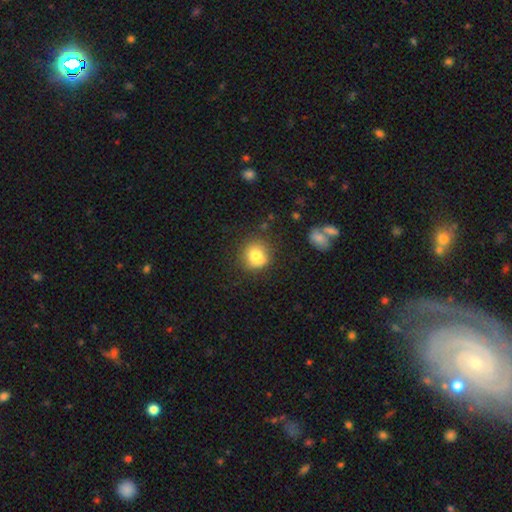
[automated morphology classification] smooth-or-featured: smooth: 79% | featured or disk: 11% | star or artifact: 11%
  how-rounded: round: 83% | in between: 16% | cigar-shaped: 1%
  merging: none: 77% | minor disturbance: 16% | major disturbance: 4% | merger: 4%